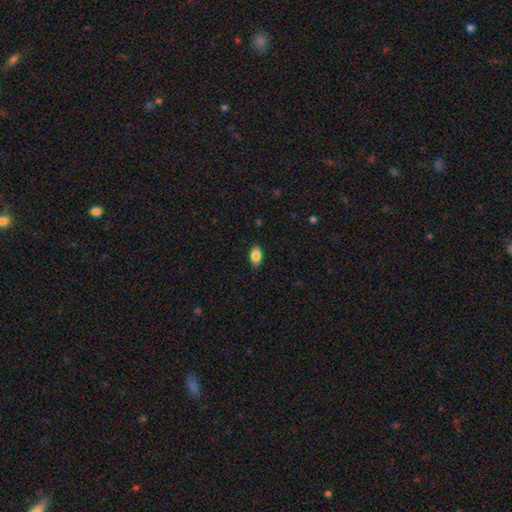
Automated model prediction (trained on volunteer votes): A smooth galaxy with no disk features (88%) that is in between round and cigar-shaped (92%).

Vote fractions:
- Smooth or featured? smooth: 88% / star or artifact: 7% / featured or disk: 5%
- How rounded? in between: 92% / cigar-shaped: 4% / round: 4%
- Merging? none: 87% / minor disturbance: 10% / major disturbance: 2% / merger: 1%